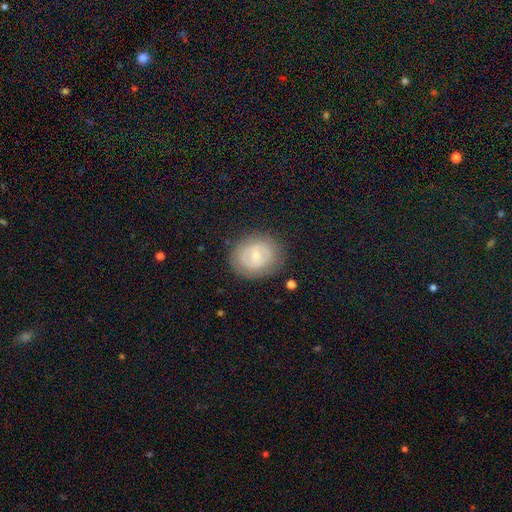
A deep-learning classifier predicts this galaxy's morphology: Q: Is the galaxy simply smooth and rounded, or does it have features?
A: featured or disk — 48%.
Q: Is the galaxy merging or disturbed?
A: none — 80%.